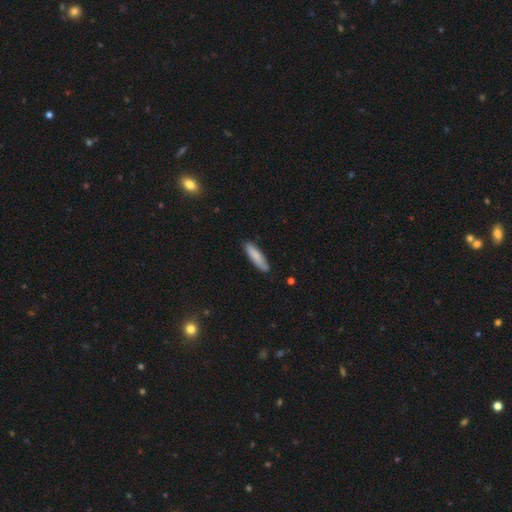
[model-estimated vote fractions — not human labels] smooth 83%, featured or disk 12%, star or artifact 5%. Down the decision tree: how rounded — cigar-shaped (69%); merging — none (84%).